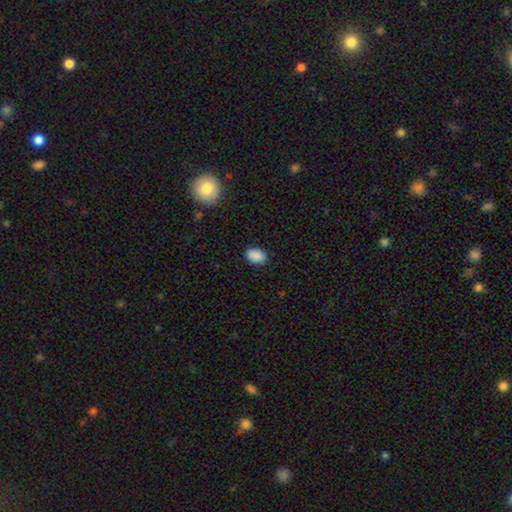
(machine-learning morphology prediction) A smooth galaxy with no disk features (89%) that is in between round and cigar-shaped (83%).

Vote fractions:
- Smooth or featured? smooth: 89% / star or artifact: 8% / featured or disk: 3%
- How rounded? in between: 83% / round: 16% / cigar-shaped: 1%
- Merging? none: 88% / minor disturbance: 9% / major disturbance: 2% / merger: 1%